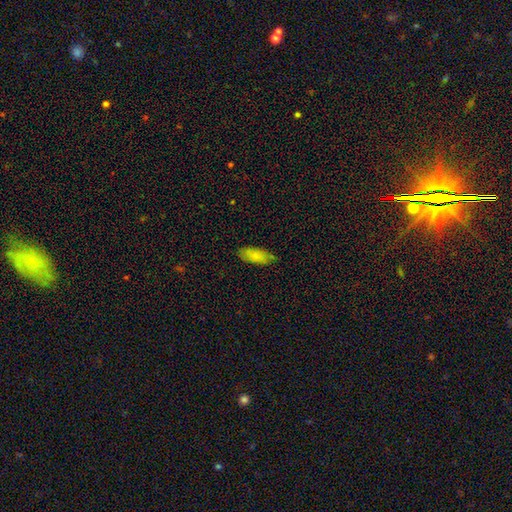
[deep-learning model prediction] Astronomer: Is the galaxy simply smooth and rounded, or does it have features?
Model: smooth — 85%.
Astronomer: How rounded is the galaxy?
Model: in between — 83%.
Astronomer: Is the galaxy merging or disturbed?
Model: none — 75%.